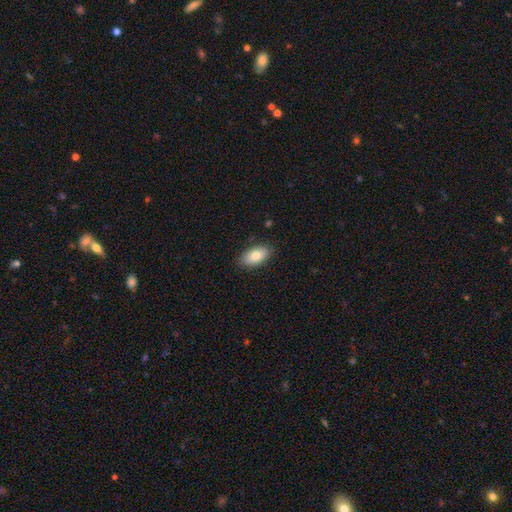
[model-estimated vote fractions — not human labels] Smooth or featured? smooth (81%)
How rounded? in between (93%)
Merging? none (85%)